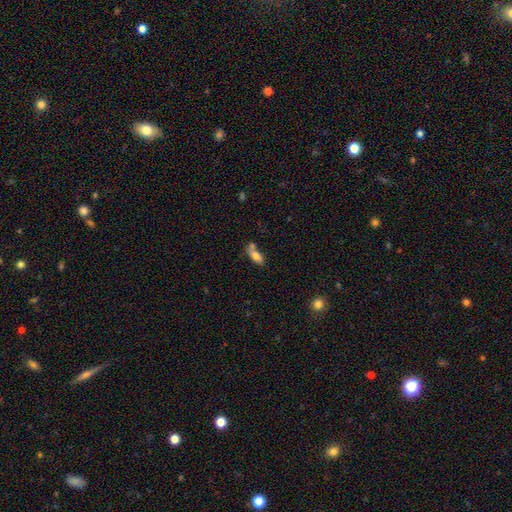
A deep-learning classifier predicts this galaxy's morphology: Smooth or featured? Predicted: smooth (p=0.74). How rounded? Predicted: in between (p=0.76). Merging? Predicted: none (p=0.47).